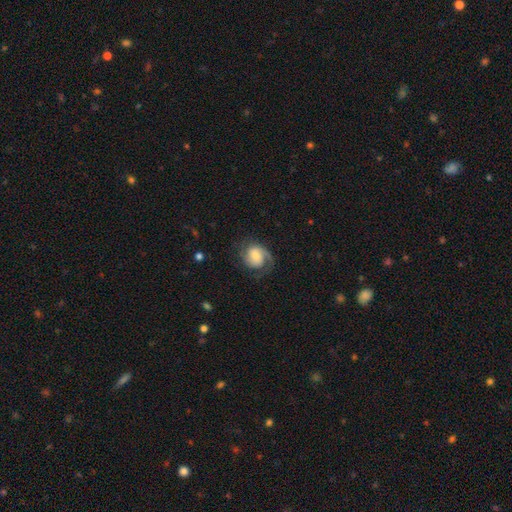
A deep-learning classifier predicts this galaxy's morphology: A featured or disk galaxy (74%) with no bar (58%), 2 (57%) medium (45%) spiral arms (94%) and a moderate central bulge (42%). Merging: none (65%).